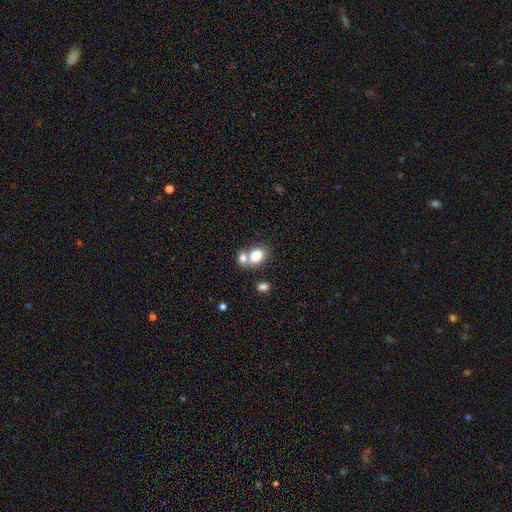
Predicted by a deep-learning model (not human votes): Smooth or featured?
  - smooth: 80% *
  - featured or disk: 10%
  - star or artifact: 10%
How rounded?
  - in between: 68% *
  - round: 30%
  - cigar-shaped: 1%
Merging?
  - merger: 46% *
  - none: 41%
  - minor disturbance: 9%
  - major disturbance: 4%